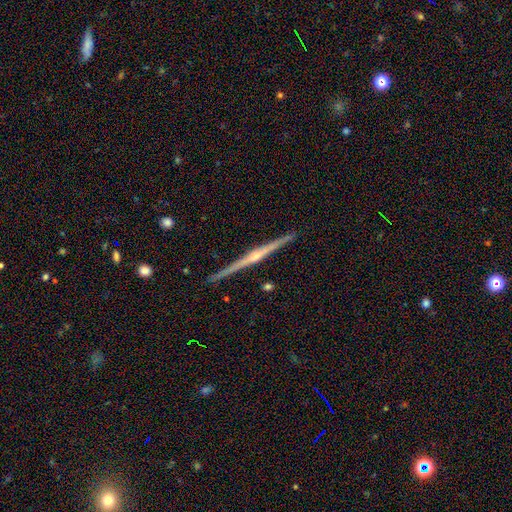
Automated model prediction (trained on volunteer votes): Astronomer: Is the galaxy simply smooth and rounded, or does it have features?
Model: featured or disk — 87%.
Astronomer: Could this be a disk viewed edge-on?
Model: yes — 99%.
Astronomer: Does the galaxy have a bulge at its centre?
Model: rounded — 83%.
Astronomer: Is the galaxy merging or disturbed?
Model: none — 93%.